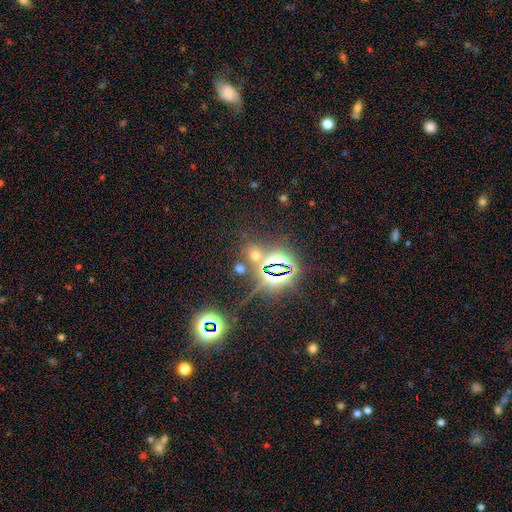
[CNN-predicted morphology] smooth-or-featured: star or artifact: 57% | smooth: 35% | featured or disk: 8%